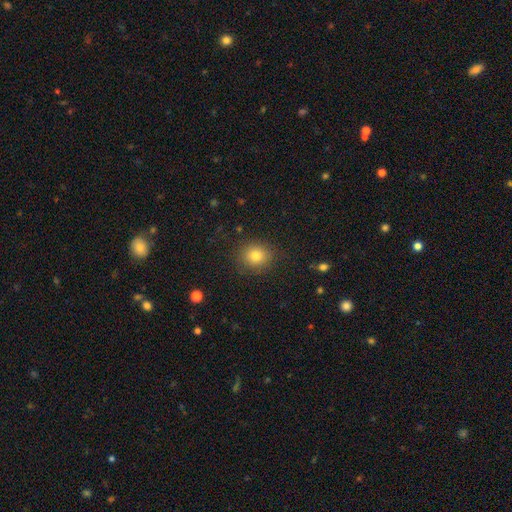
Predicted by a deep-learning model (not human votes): smooth-or-featured: smooth: 81% | star or artifact: 12% | featured or disk: 8%
  how-rounded: round: 78% | in between: 21% | cigar-shaped: 1%
  merging: none: 86% | minor disturbance: 10% | major disturbance: 3% | merger: 1%